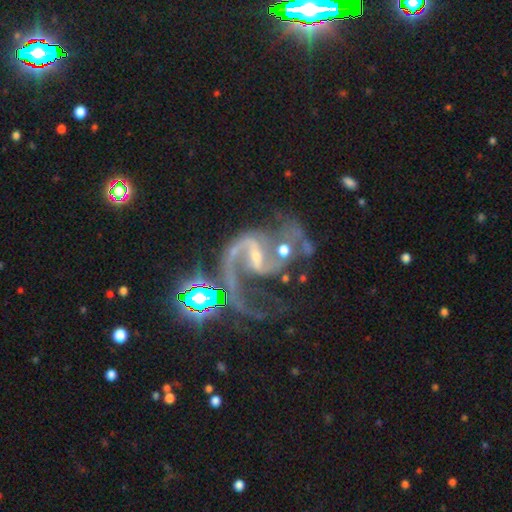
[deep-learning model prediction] The model was most divided on "bar": weak: 43%, strong: 42%, no: 16%. Remaining: edge-on disk — no (98%); spiral arms — yes (97%); smooth or featured — featured or disk (90%); spiral arm count — 2 (85%); bulge size — small (71%); spiral winding — loose (49%); merging — none (35%).